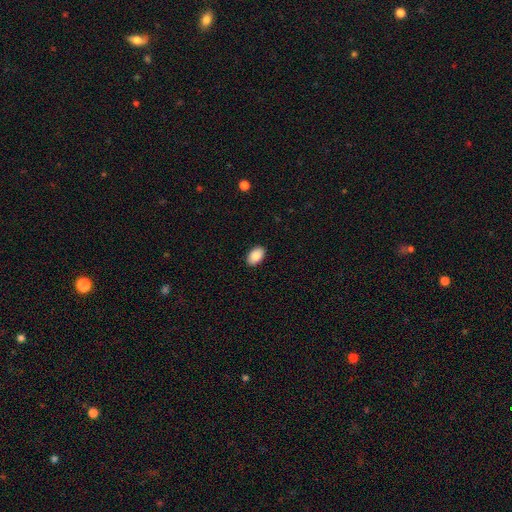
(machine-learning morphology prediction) smooth_or_featured: smooth (p=0.89) [alt: star or artifact p=0.07]
how_rounded: in between (p=0.92) [alt: round p=0.06]
merging: none (p=0.90) [alt: minor disturbance p=0.07]